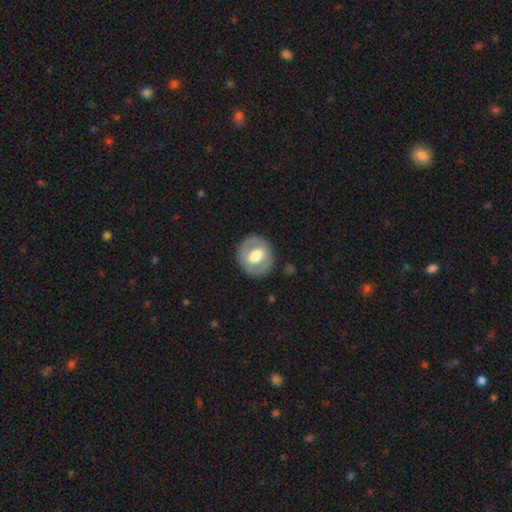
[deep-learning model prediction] smooth_or_featured: featured or disk (p=0.59) [alt: smooth p=0.36]
disk_edge_on: no (p=0.96) [alt: yes p=0.04]
bar: weak (p=0.40) [alt: no p=0.32]
has_spiral_arms: no (p=0.59) [alt: yes p=0.41]
bulge_size: moderate (p=0.54) [alt: large p=0.36]
merging: none (p=0.84) [alt: minor disturbance p=0.10]